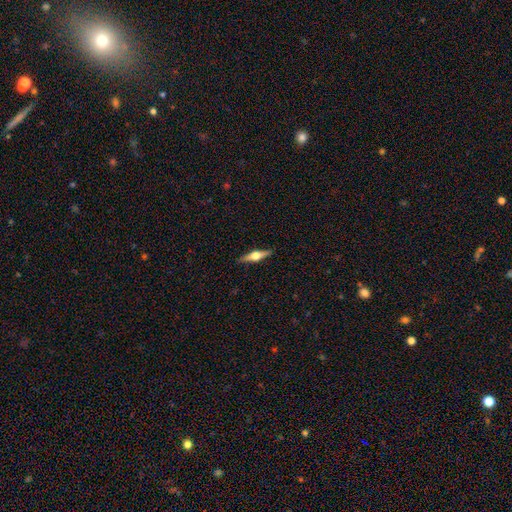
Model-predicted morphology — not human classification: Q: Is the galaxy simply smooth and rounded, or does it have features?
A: featured or disk — 71%.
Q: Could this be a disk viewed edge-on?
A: yes — 97%.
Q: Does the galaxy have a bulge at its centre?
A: rounded — 95%.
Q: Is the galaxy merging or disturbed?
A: none — 91%.